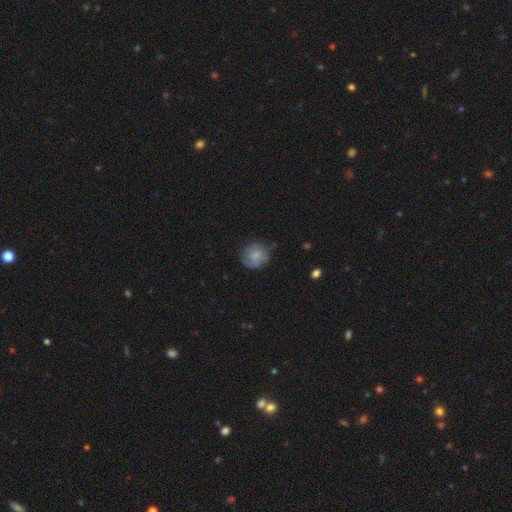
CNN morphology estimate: Overall: smooth (71%). How rounded: round (86%). Merging: none (68%).